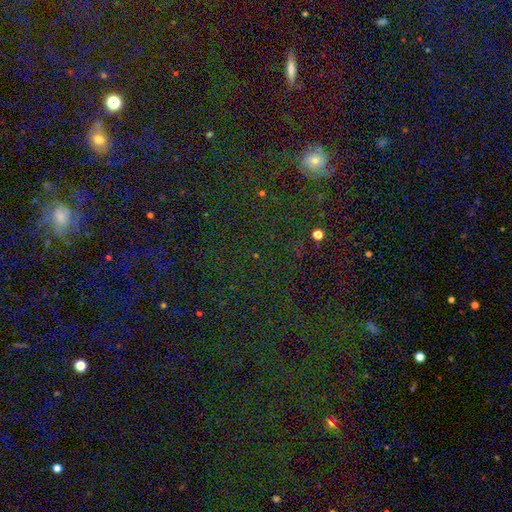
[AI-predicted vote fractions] Morphology: type=star or artifact (70%).